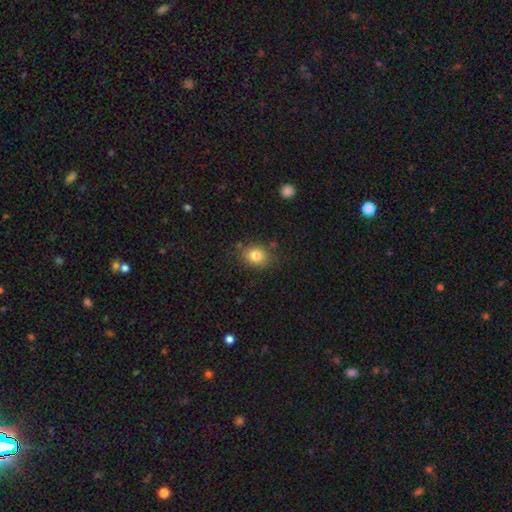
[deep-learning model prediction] The model was most divided on "how rounded": round: 55%, in between: 44%, cigar-shaped: 1%. More confident: smooth or featured — smooth (82%); merging — none (79%).